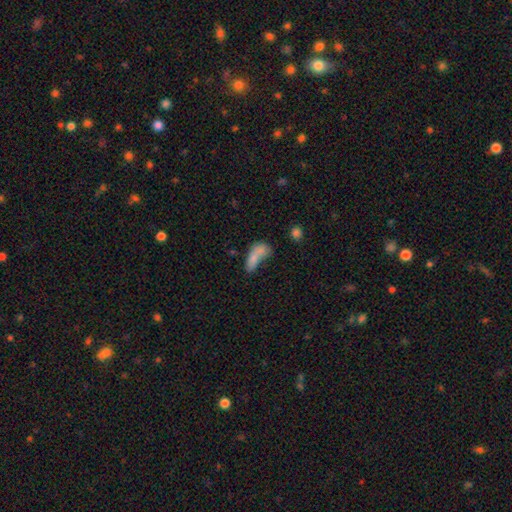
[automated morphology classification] smooth 73%, featured or disk 16%, star or artifact 11%. Down the decision tree: how rounded — in between (69%); merging — merger (46%).